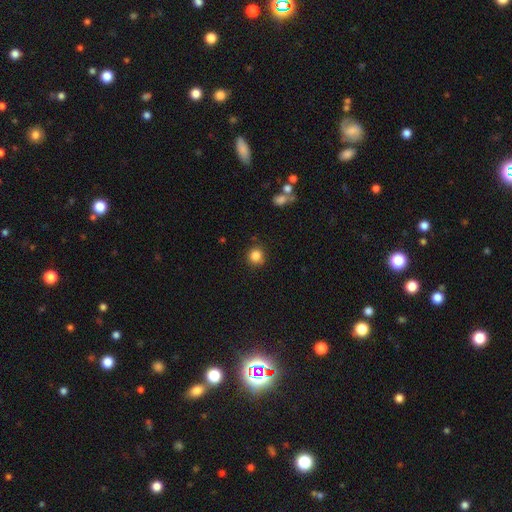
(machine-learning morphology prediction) A smooth galaxy with no disk features (84%) that is round (91%).

Vote fractions:
- Smooth or featured? smooth: 84% / star or artifact: 11% / featured or disk: 4%
- How rounded? round: 91% / in between: 8% / cigar-shaped: 1%
- Merging? none: 84% / minor disturbance: 10% / major disturbance: 3% / merger: 3%